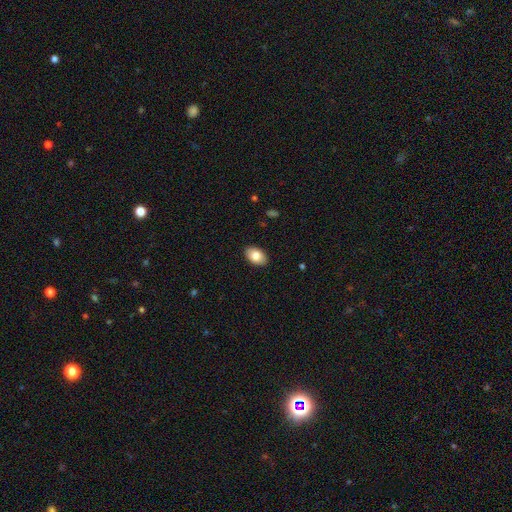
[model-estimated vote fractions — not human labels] Morphology: type=smooth (83%); roundness=in between (91%); merging=none (90%).